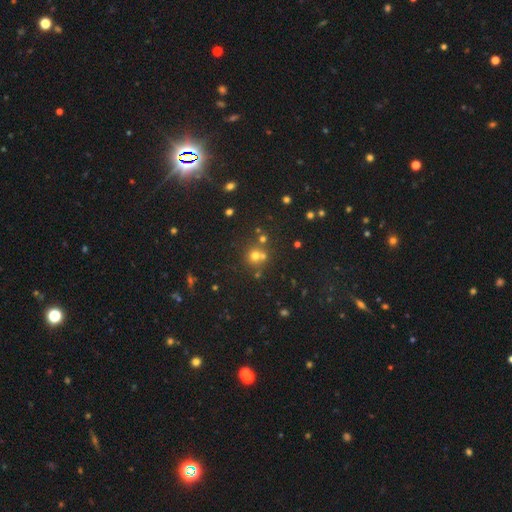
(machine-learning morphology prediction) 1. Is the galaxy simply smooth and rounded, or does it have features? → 63% smooth, 26% star or artifact, 12% featured or disk.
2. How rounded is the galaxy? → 89% round, 10% in between, 1% cigar-shaped.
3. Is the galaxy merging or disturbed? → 61% none, 28% merger, 8% minor disturbance, 3% major disturbance.